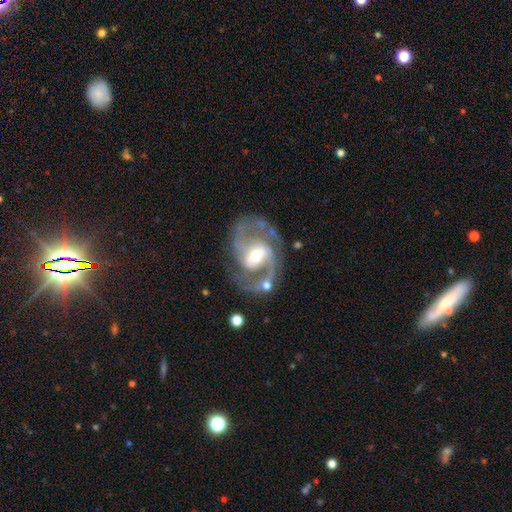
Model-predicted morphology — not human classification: Overall: featured or disk (90%). Edge-on disk: no (97%). Bar: weak (45%; no 29%). Spiral arms: yes (97%). Spiral arm count: 2 (89%). Spiral winding: medium (61%). Bulge size: moderate (66%). Merging: none (69%).